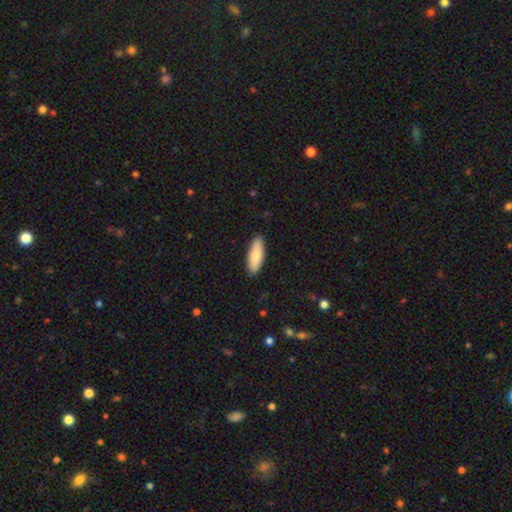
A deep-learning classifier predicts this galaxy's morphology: Smooth or featured: smooth — 83% (featured or disk — 11%)
How rounded: in between — 60% (cigar-shaped — 38%)
Merging: none — 90% (minor disturbance — 8%)